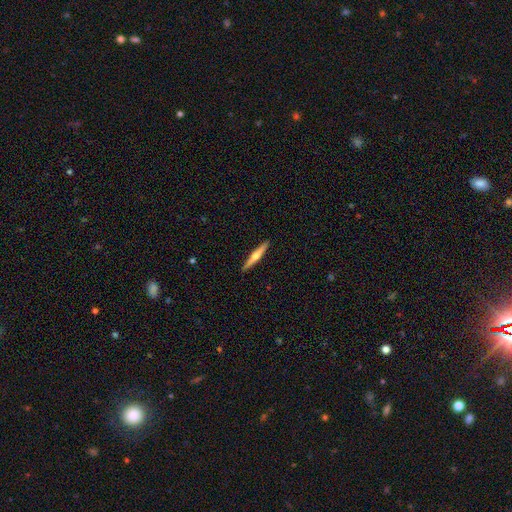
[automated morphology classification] A featured or disk galaxy (54%) viewed edge-on (97%) with a rounded central bulge (83%). Merging: none (91%).